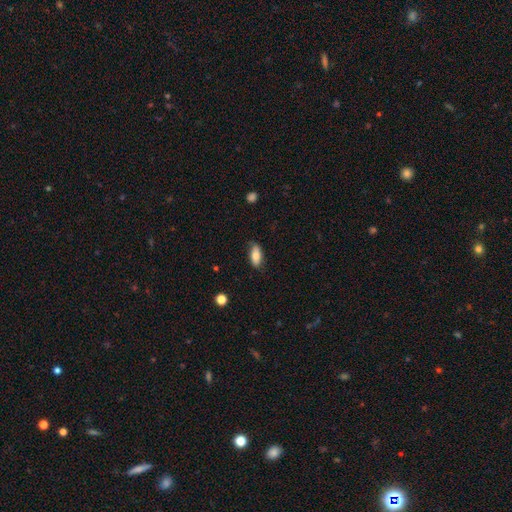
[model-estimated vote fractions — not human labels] Smooth or featured?
  - smooth: 77% *
  - featured or disk: 16%
  - star or artifact: 7%
How rounded?
  - in between: 83% *
  - cigar-shaped: 14%
  - round: 3%
Merging?
  - none: 78% *
  - minor disturbance: 18%
  - major disturbance: 3%
  - merger: 1%